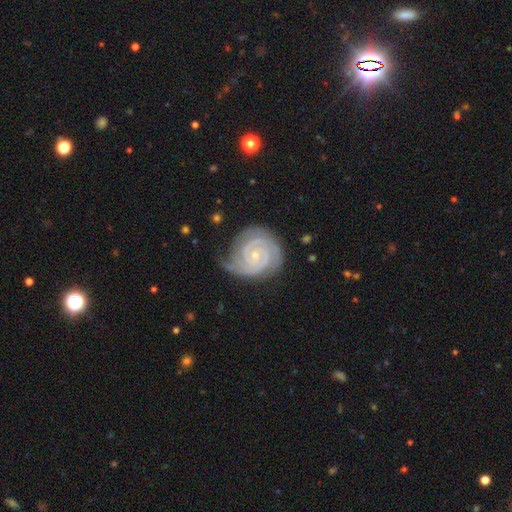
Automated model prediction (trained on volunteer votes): Morphology: type=featured or disk (91%); edge-on=no (98%); bar=no (67%); spiral arms=yes (98%); winding=tight (80%); arm count=2 (53%); bulge=small (77%); merging=none (69%).